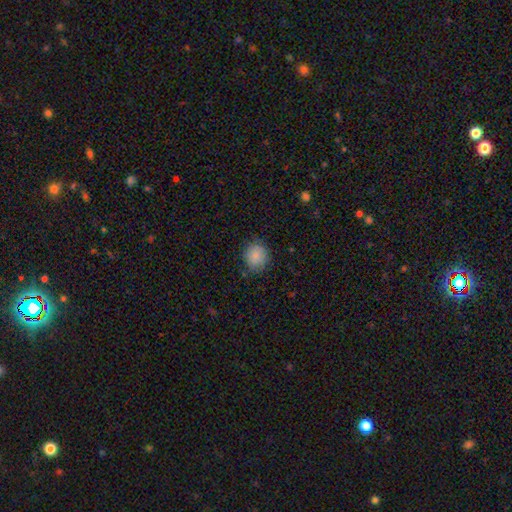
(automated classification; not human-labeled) Smooth or featured: smooth — 86% (star or artifact — 8%)
How rounded: round — 81% (in between — 18%)
Merging: none — 80% (minor disturbance — 15%)